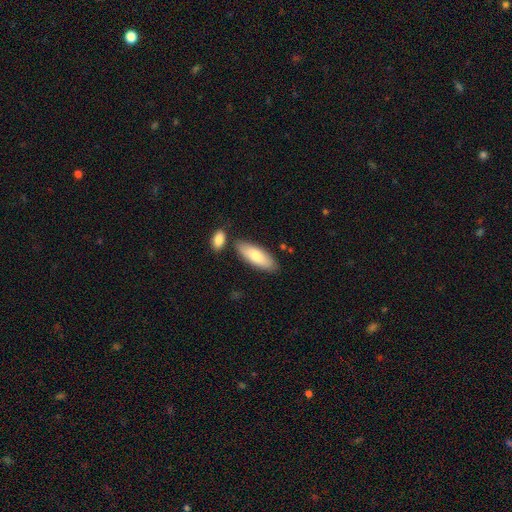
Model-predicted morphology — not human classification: The model was most divided on "how rounded": in between: 66%, cigar-shaped: 32%, round: 2%. More confident: smooth or featured — smooth (78%); merging — none (77%).